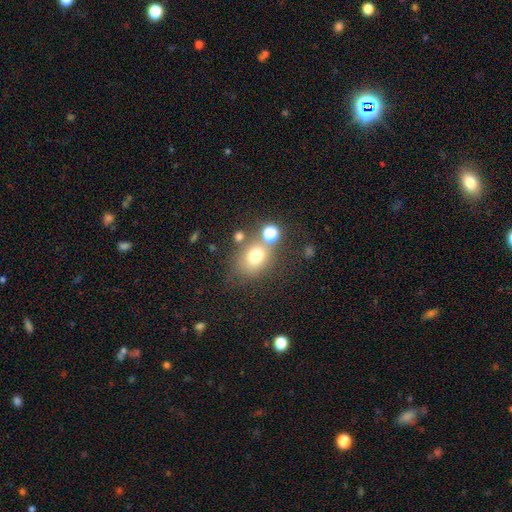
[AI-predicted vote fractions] Q: Smooth or featured?
A: smooth (71%); runner-up: star or artifact (16%)
Q: How rounded?
A: round (60%); runner-up: in between (38%)
Q: Merging?
A: none (61%); runner-up: merger (17%)